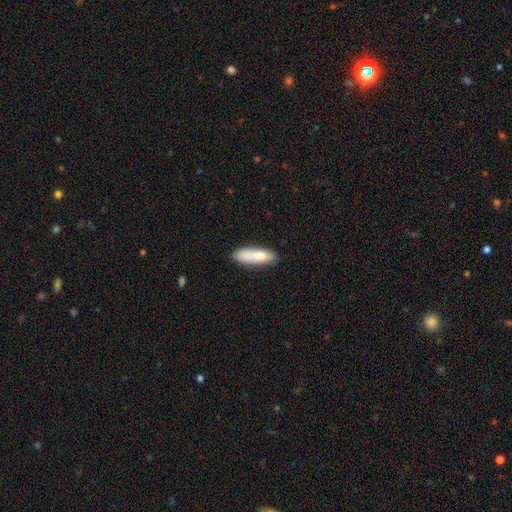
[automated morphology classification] The model was most divided on "how rounded" (2-way tie): in between: 49%, cigar-shaped: 49%, round: 2%. More confident: smooth or featured — smooth (83%); merging — none (76%).